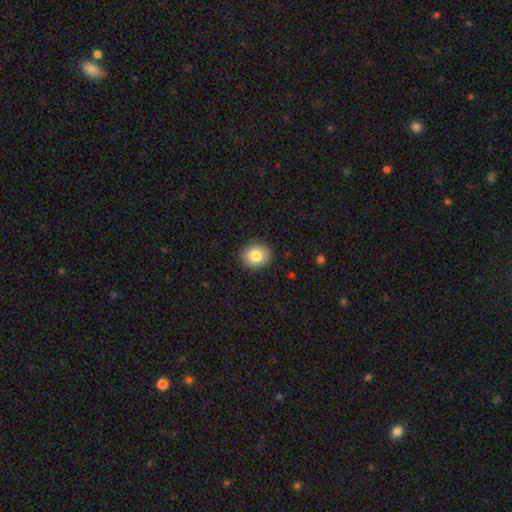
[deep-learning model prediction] A smooth galaxy with no disk features (83%) that is round (81%).

Vote fractions:
- Smooth or featured? smooth: 83% / star or artifact: 9% / featured or disk: 8%
- How rounded? round: 81% / in between: 18% / cigar-shaped: 1%
- Merging? none: 91% / minor disturbance: 6% / major disturbance: 2% / merger: 1%